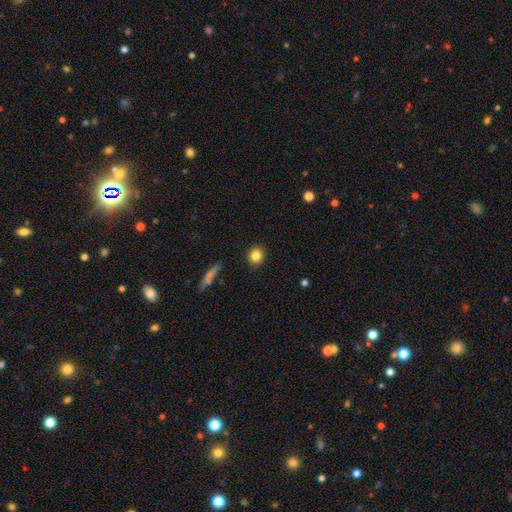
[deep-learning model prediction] Overall: smooth (83%). How rounded: round (81%). Merging: none (91%).